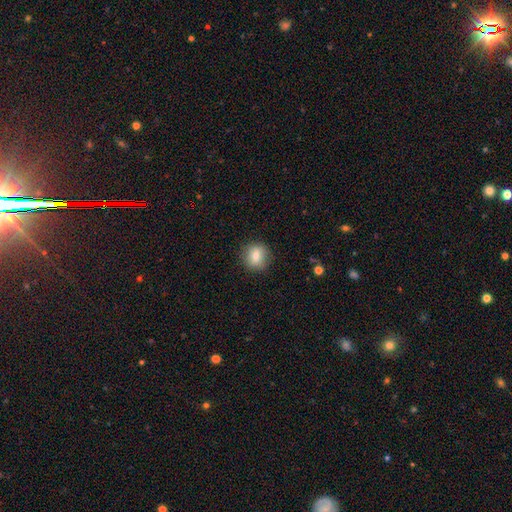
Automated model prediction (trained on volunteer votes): Smooth or featured? smooth (75%)
How rounded? round (85%)
Merging? none (88%)